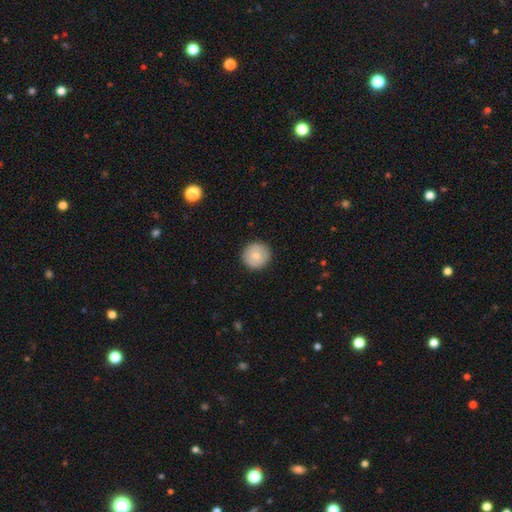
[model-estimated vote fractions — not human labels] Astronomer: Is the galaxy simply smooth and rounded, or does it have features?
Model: smooth — 72%.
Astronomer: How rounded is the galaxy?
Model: round — 94%.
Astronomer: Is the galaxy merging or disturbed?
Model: none — 90%.